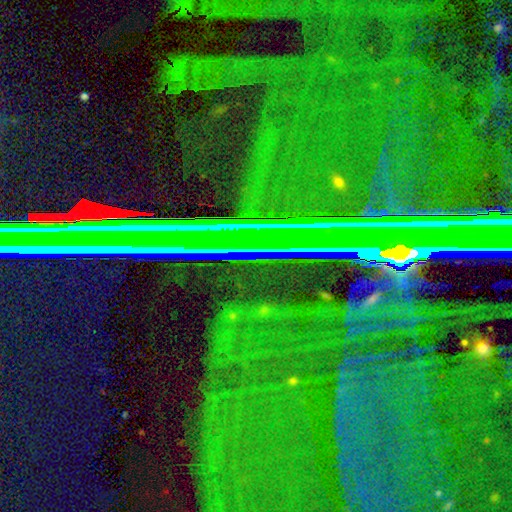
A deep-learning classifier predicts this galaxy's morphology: This is clearly a star or artifact rather than a galaxy (84%).